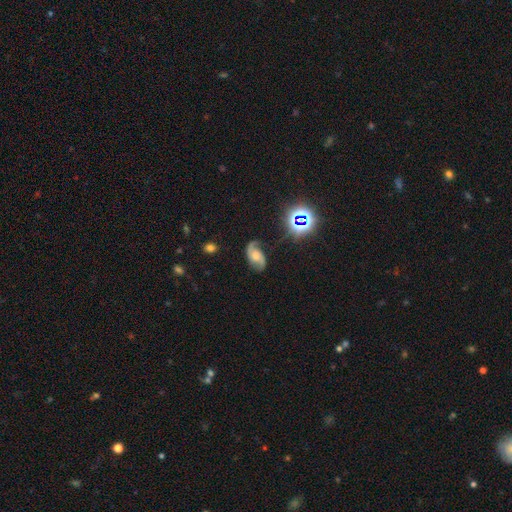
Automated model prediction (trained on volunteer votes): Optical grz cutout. It shows a featured or disk galaxy (80%) with no bar (58%), 2 (91%) medium (45%) spiral arms (96%) and a moderate central bulge (52%). Merging: none (72%).